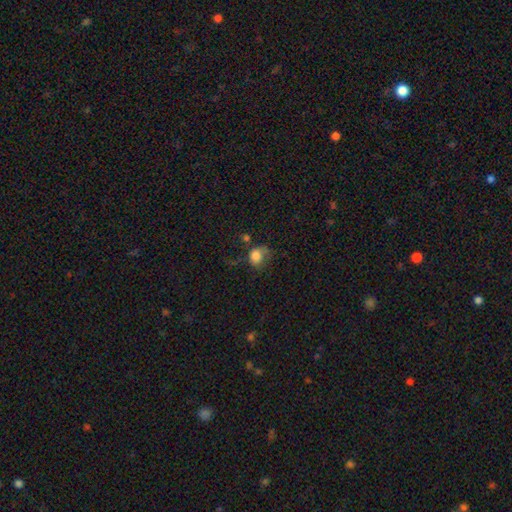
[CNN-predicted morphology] Smooth or featured: smooth — 76% (featured or disk — 14%)
How rounded: round — 64% (in between — 35%)
Merging: none — 36% (major disturbance — 31%)